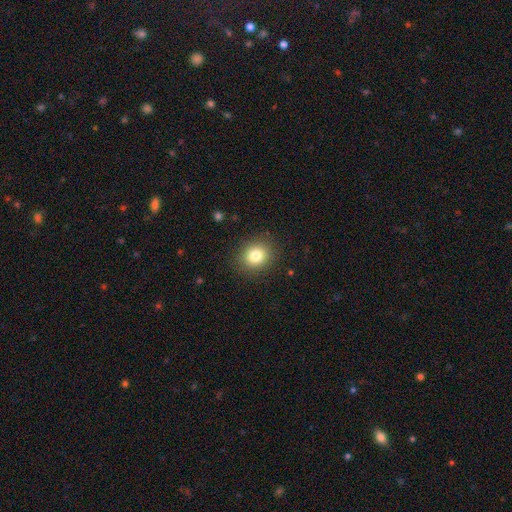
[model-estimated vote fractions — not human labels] A smooth galaxy with no disk features (81%) that is round (77%).

Vote fractions:
- Smooth or featured? smooth: 81% / star or artifact: 11% / featured or disk: 8%
- How rounded? round: 77% / in between: 22% / cigar-shaped: 1%
- Merging? none: 89% / minor disturbance: 8% / major disturbance: 3% / merger: 1%